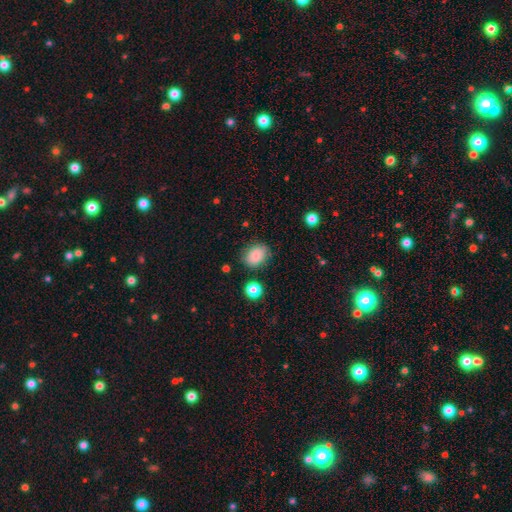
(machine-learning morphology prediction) Smooth or featured?
  - smooth: 82% *
  - star or artifact: 10%
  - featured or disk: 8%
How rounded?
  - in between: 67% *
  - round: 32%
  - cigar-shaped: 1%
Merging?
  - none: 76% *
  - minor disturbance: 17%
  - major disturbance: 4%
  - merger: 3%